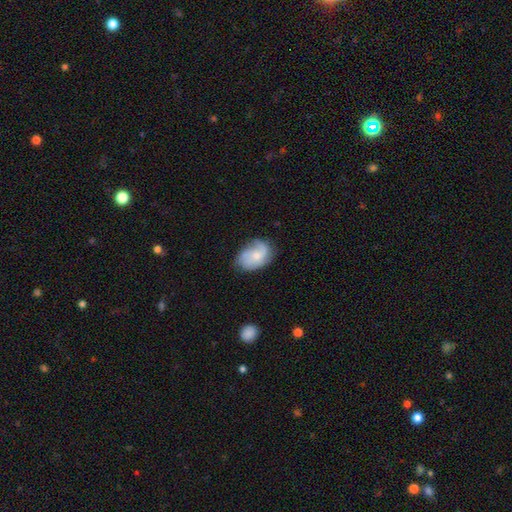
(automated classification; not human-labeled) Q: Smooth or featured?
A: featured or disk (54%); runner-up: smooth (39%)
Q: Edge-on disk?
A: no (97%); runner-up: yes (3%)
Q: Bar?
A: no (74%); runner-up: weak (23%)
Q: Spiral arms?
A: yes (85%); runner-up: no (15%)
Q: Bulge size?
A: small (50%); runner-up: moderate (39%)
Q: Merging?
A: none (59%); runner-up: minor disturbance (28%)